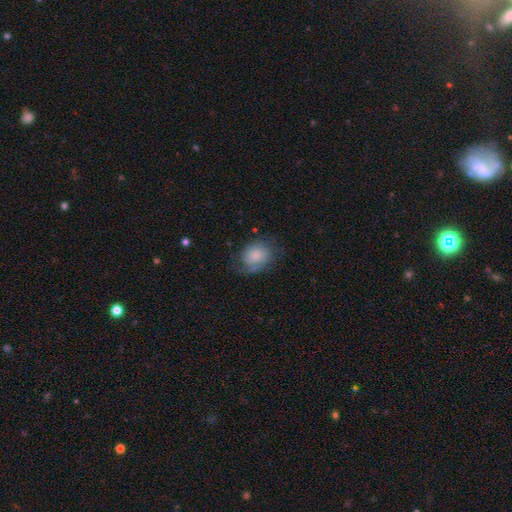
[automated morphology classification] Overall: smooth (60%; featured or disk 32%). How rounded: in between (58%; round 41%). Merging: none (53%; minor disturbance 28%).